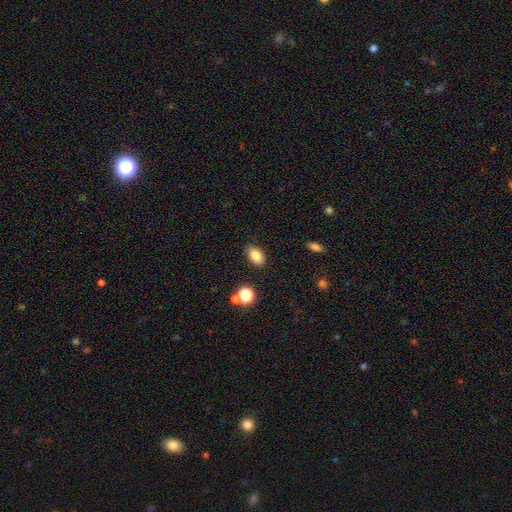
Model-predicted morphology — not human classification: smooth 84%, star or artifact 10%, featured or disk 6%. Down the decision tree: how rounded — in between (88%); merging — none (87%).